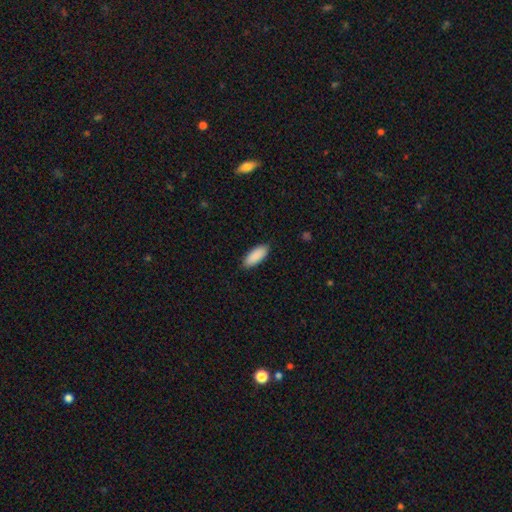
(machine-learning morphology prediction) Smooth or featured? smooth (91%)
How rounded? in between (83%)
Merging? none (88%)